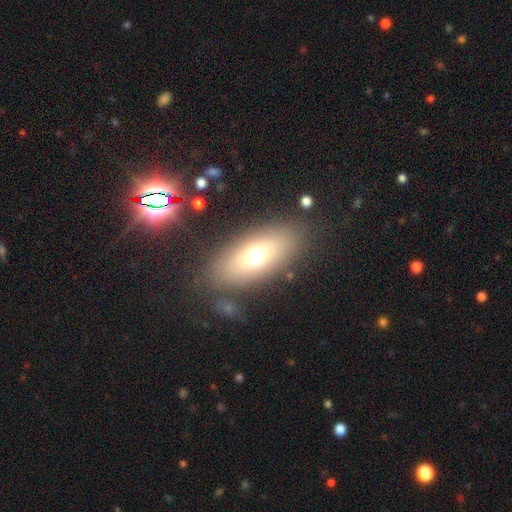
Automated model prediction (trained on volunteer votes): Smooth or featured: smooth — 65% (featured or disk — 23%)
How rounded: in between — 82% (cigar-shaped — 10%)
Merging: none — 81% (minor disturbance — 10%)